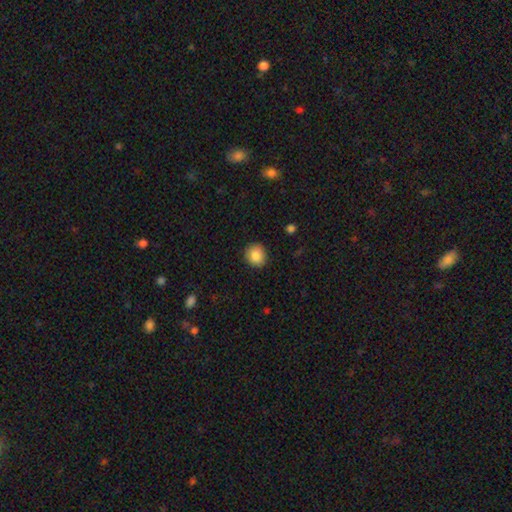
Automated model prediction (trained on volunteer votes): smooth_or_featured: smooth (p=0.86) [alt: star or artifact p=0.09]
how_rounded: round (p=0.82) [alt: in between p=0.17]
merging: none (p=0.87) [alt: minor disturbance p=0.09]